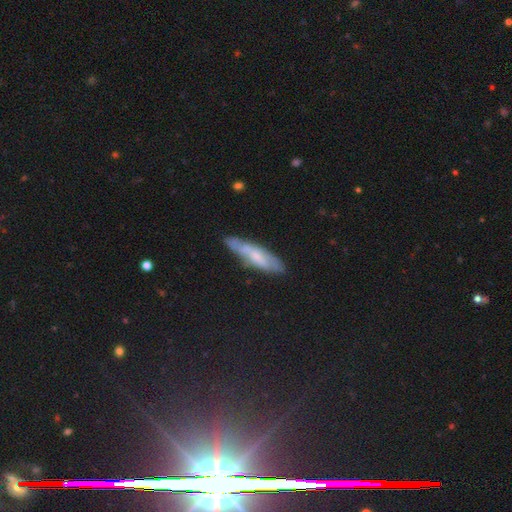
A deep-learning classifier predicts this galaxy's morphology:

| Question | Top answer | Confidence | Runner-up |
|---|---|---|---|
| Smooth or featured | featured or disk | 48% | smooth (42%) |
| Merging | none | 70% | minor disturbance (22%) |